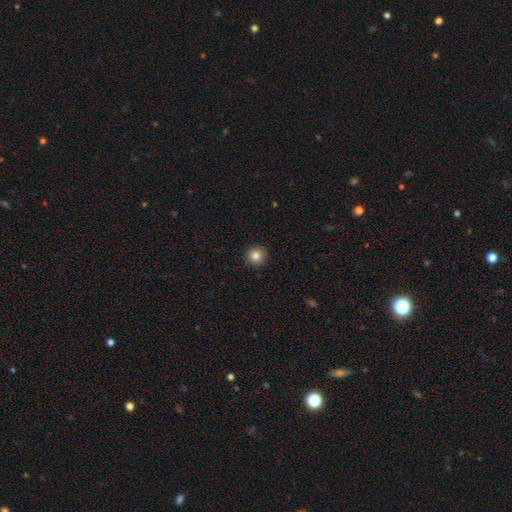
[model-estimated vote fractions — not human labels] Overall: smooth (83%). How rounded: round (96%). Merging: none (93%).